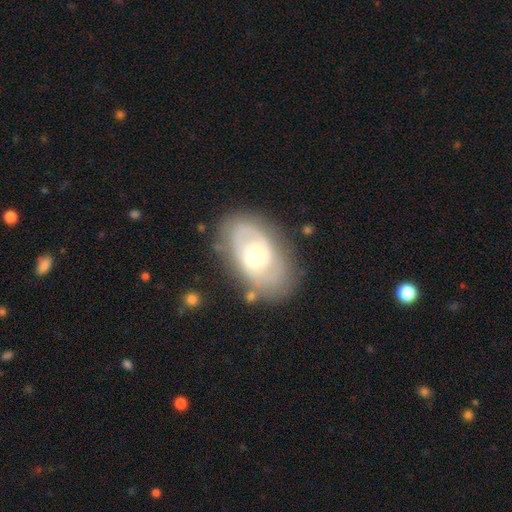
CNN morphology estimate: smooth_or_featured: featured or disk (p=0.61) [alt: smooth p=0.32]
disk_edge_on: no (p=0.92) [alt: yes p=0.08]
bar: no (p=0.72) [alt: weak p=0.23]
has_spiral_arms: yes (p=0.62) [alt: no p=0.38]
bulge_size: moderate (p=0.68) [alt: small p=0.16]
merging: none (p=0.72) [alt: minor disturbance p=0.18]